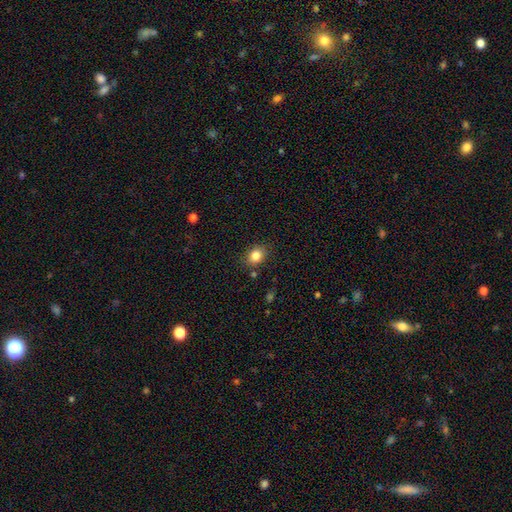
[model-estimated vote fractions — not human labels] This appears to be a smooth galaxy with no disk features (84%) that is in between round and cigar-shaped (50%). Merging: none (82%).